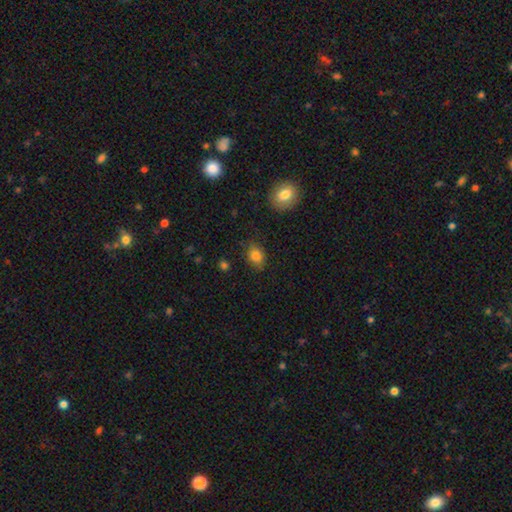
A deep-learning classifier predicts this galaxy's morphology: type=smooth (82%); roundness=in between (66%); merging=none (78%).